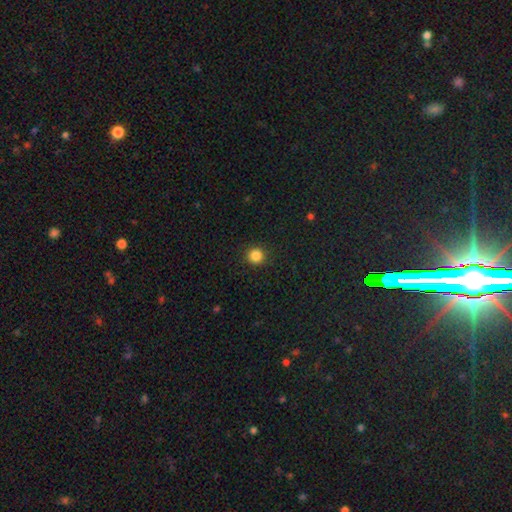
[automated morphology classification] Smooth or featured? Predicted: smooth (p=0.85). How rounded? Predicted: round (p=0.94). Merging? Predicted: none (p=0.91).